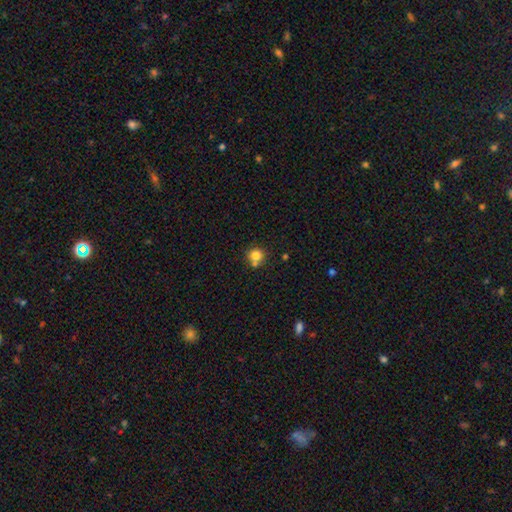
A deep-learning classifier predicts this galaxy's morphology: This is likely a smooth galaxy (80%). How rounded: clearly round (89%). Merging: likely none (61%).